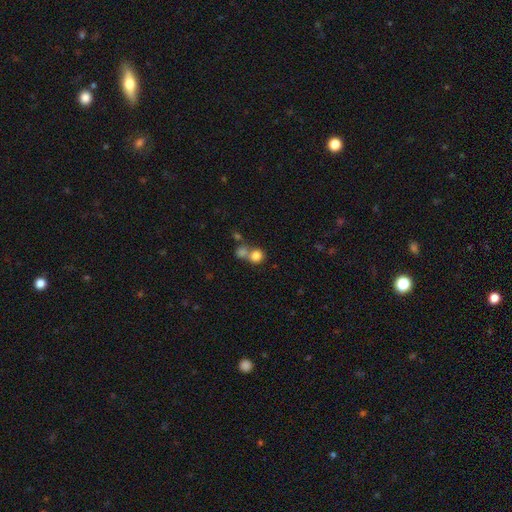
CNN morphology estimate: smooth 80%, star or artifact 11%, featured or disk 8%. Down the decision tree: how rounded — round (84%); merging — merger (45%).